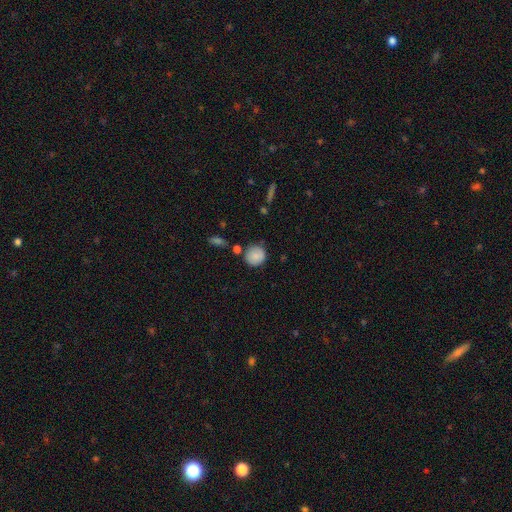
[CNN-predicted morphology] type=smooth (86%); roundness=round (90%); merging=none (76%).